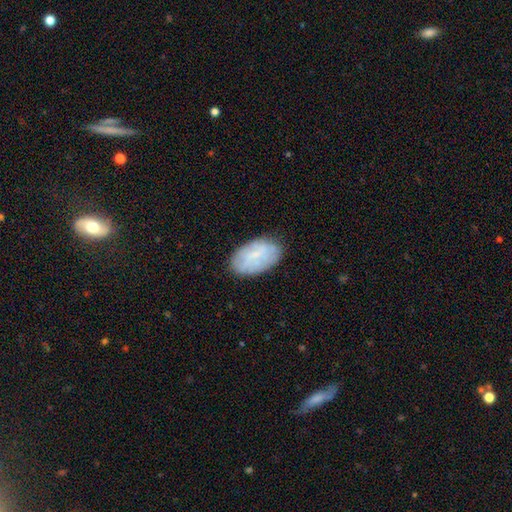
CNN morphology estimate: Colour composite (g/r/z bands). It shows a smooth galaxy with no disk features (60%) that is in between round and cigar-shaped (93%). Merging: none (79%).